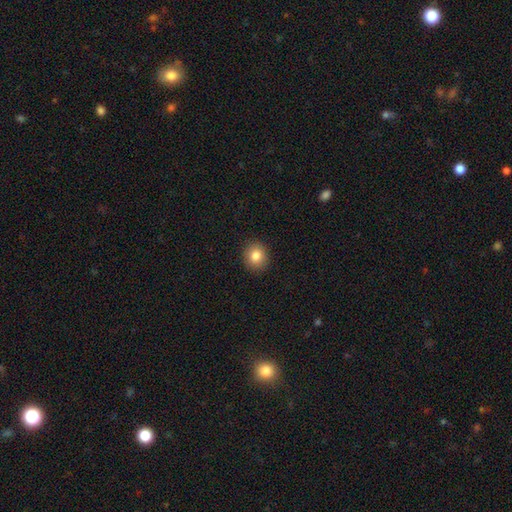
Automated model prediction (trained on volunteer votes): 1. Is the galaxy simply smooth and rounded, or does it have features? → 83% smooth, 10% star or artifact, 7% featured or disk.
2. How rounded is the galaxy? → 81% round, 18% in between, 1% cigar-shaped.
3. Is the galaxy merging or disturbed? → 92% none, 5% minor disturbance, 2% major disturbance, 1% merger.